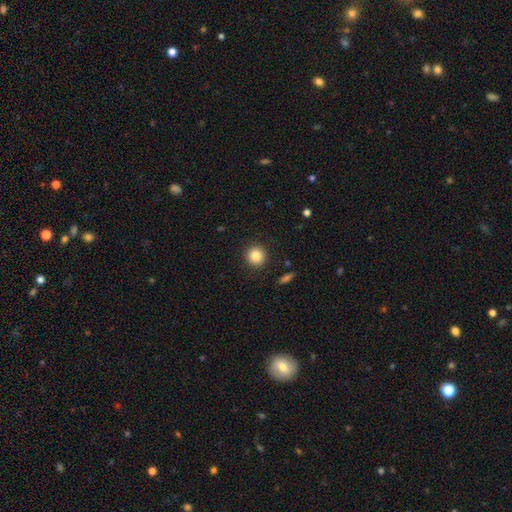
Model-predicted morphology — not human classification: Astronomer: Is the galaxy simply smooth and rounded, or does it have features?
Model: smooth — 84%.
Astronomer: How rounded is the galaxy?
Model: round — 94%.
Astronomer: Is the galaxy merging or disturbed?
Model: none — 91%.